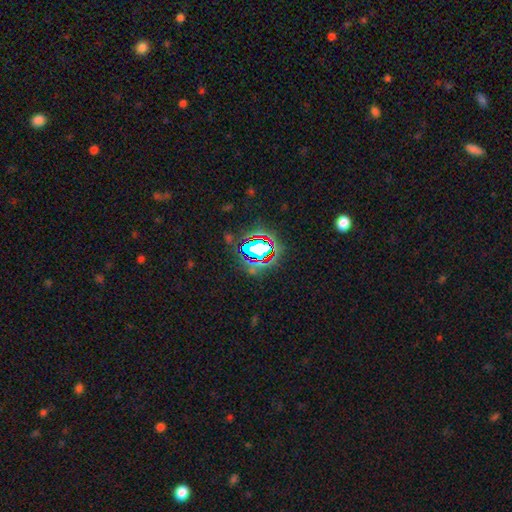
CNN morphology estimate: Overall: star or artifact (74%).